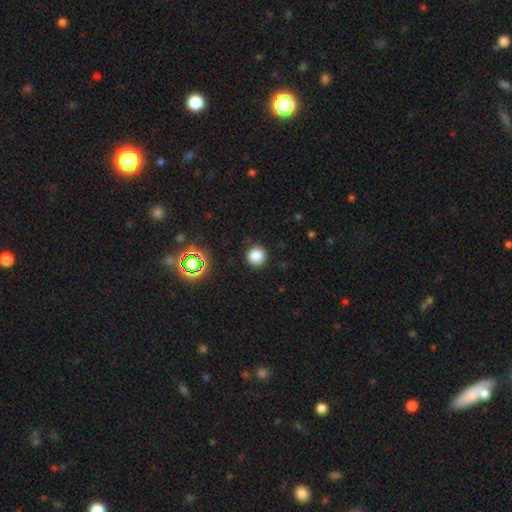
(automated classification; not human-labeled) A smooth galaxy with no disk features (81%) that is round (94%). Merging: none (89%).